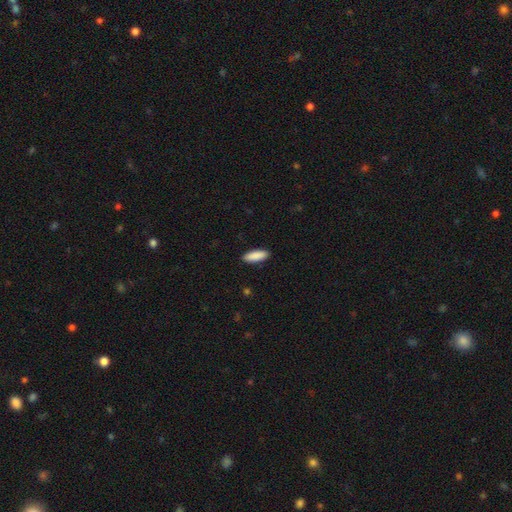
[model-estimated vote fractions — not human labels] This is clearly a smooth galaxy (90%). How rounded: likely in between (65%). Merging: clearly none (91%).